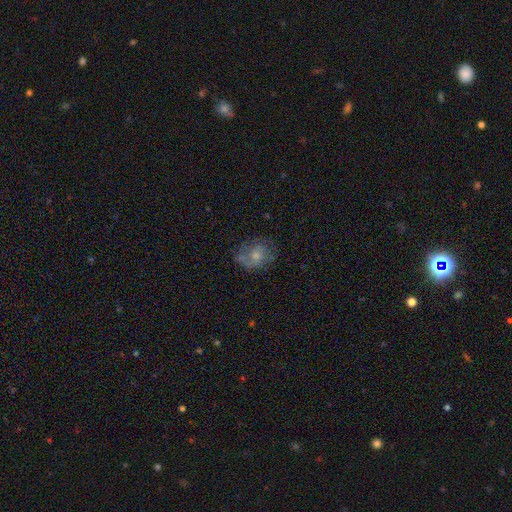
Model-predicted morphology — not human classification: A smooth galaxy with no disk features (50%) that is in between round and cigar-shaped (51%).

Vote fractions:
- Smooth or featured? smooth: 50% / featured or disk: 40% / star or artifact: 9%
- How rounded? in between: 51% / round: 48% / cigar-shaped: 1%
- Merging? none: 55% / minor disturbance: 25% / major disturbance: 16% / merger: 4%